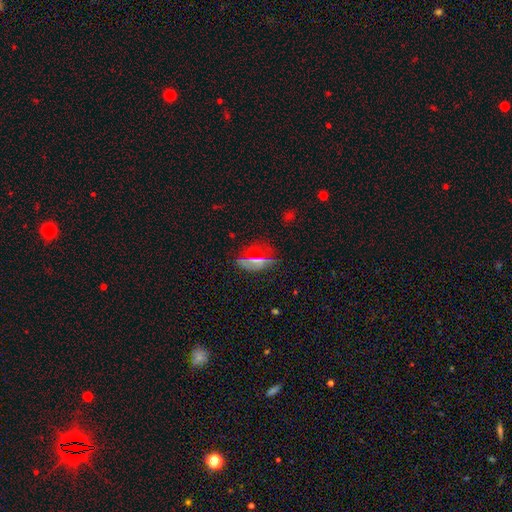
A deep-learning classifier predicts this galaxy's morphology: Overall: smooth (53%; star or artifact 28%). How rounded: in between (70%). Merging: none (70%).